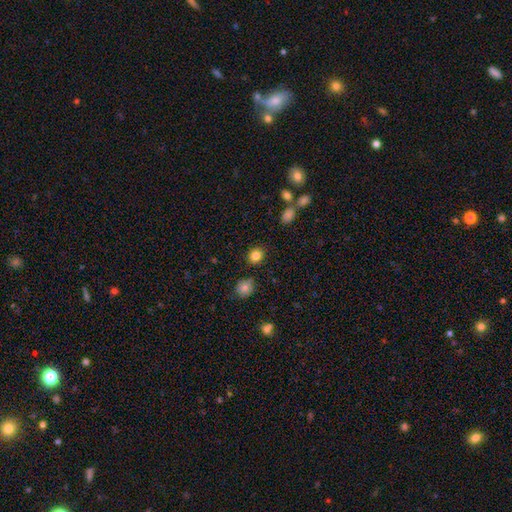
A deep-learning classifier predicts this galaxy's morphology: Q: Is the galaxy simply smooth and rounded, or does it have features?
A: smooth — 84%.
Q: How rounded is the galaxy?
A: round — 79%.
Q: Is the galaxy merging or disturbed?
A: none — 88%.